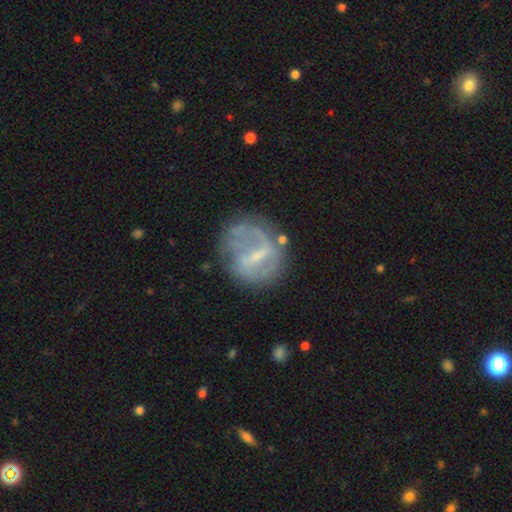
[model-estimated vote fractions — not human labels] Overall: featured or disk (67%). Edge-on disk: no (96%). Bar: weak (45%; strong 38%). Spiral arms: yes (52%; no 48%). Bulge size: small (48%; none 25%). Merging: none (54%; minor disturbance 22%).